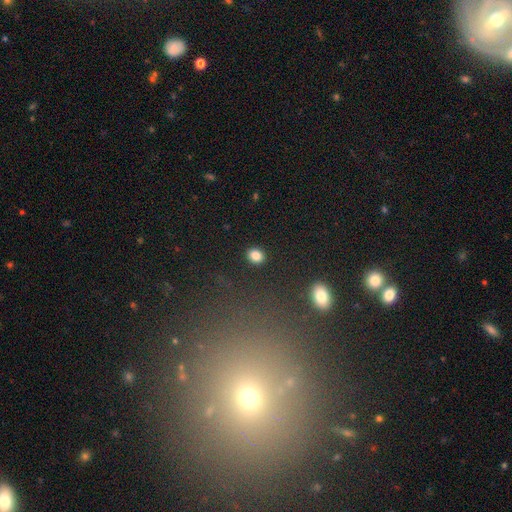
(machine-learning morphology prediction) Smooth or featured? Predicted: smooth (p=0.84). How rounded? Predicted: round (p=0.60). Merging? Predicted: none (p=0.89).